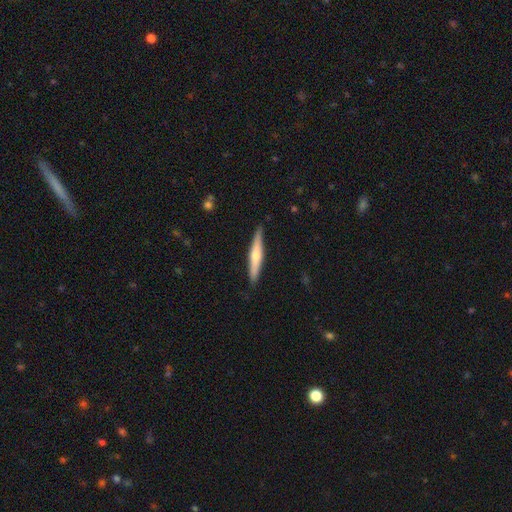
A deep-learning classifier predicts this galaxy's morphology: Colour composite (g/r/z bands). It shows a featured or disk galaxy (50%). Merging: none (87%).